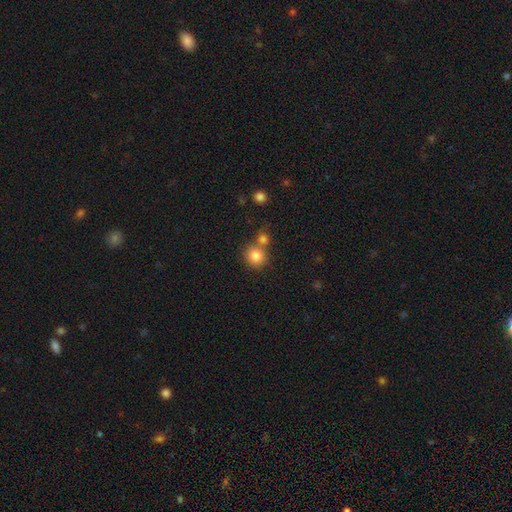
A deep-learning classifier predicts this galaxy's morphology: Smooth or featured? Predicted: smooth (p=0.83). How rounded? Predicted: round (p=0.87). Merging? Predicted: none (p=0.59).